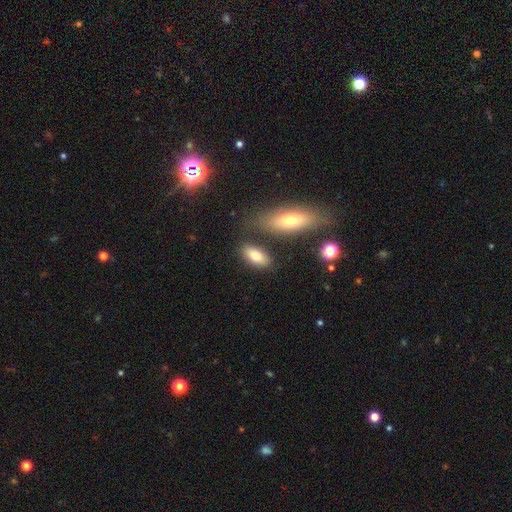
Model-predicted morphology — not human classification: A smooth galaxy with no disk features (77%) that is in between round and cigar-shaped (87%). Merging: none (75%).